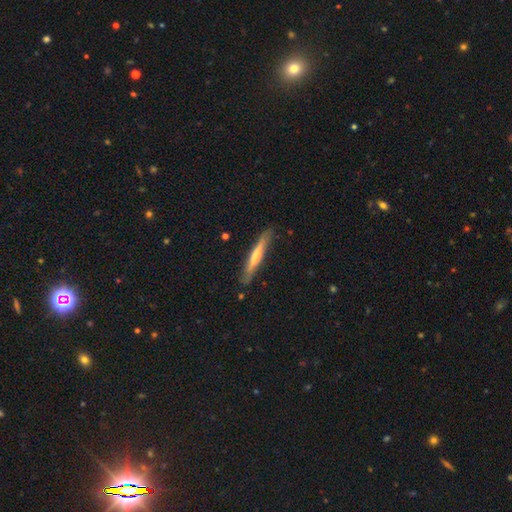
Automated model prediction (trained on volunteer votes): Morphology: type=smooth (52%); roundness=cigar-shaped (94%); merging=none (83%).